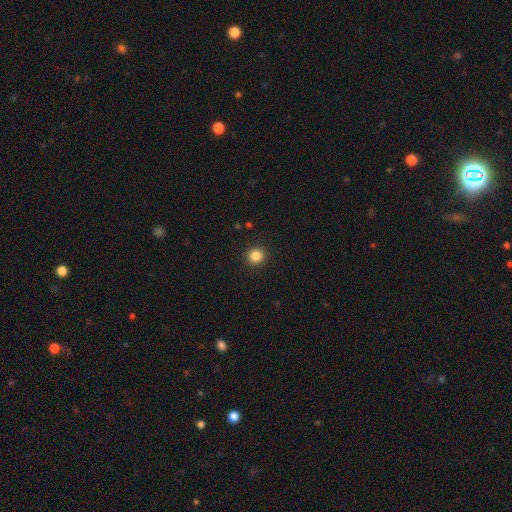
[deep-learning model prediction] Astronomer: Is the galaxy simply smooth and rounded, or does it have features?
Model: smooth — 85%.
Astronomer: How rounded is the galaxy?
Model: round — 94%.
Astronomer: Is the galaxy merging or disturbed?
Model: none — 92%.